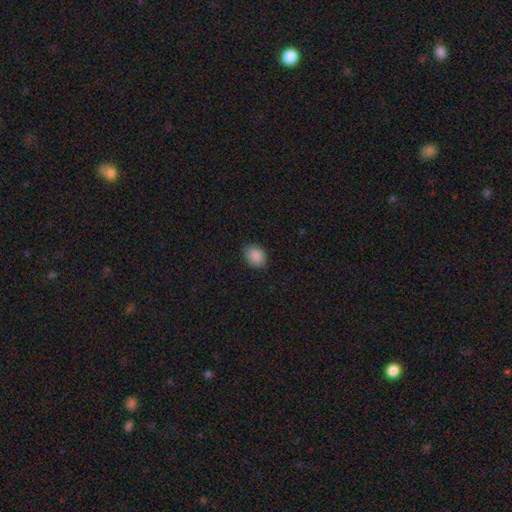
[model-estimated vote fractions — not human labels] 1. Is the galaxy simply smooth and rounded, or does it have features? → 89% smooth, 8% star or artifact, 3% featured or disk.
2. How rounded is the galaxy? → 56% in between, 43% round, 1% cigar-shaped.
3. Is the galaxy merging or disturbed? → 84% none, 12% minor disturbance, 3% major disturbance, 1% merger.